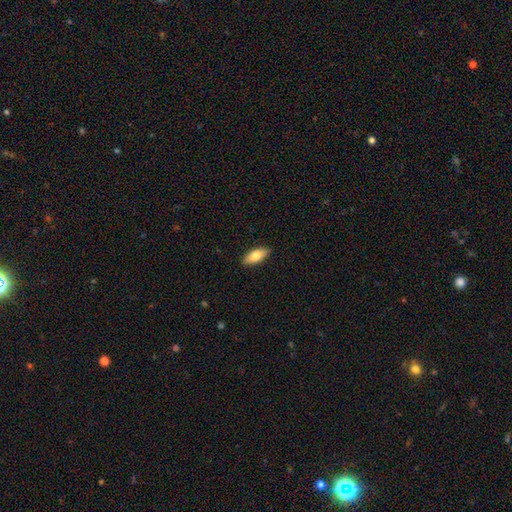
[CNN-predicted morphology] This is likely a smooth galaxy (79%). How rounded: clearly in between (82%). Merging: clearly none (89%).